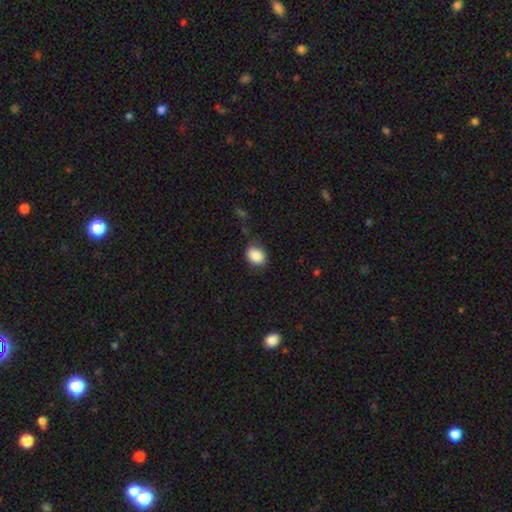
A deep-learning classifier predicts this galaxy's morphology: Smooth or featured? smooth (88%)
How rounded? in between (59%)
Merging? none (73%)